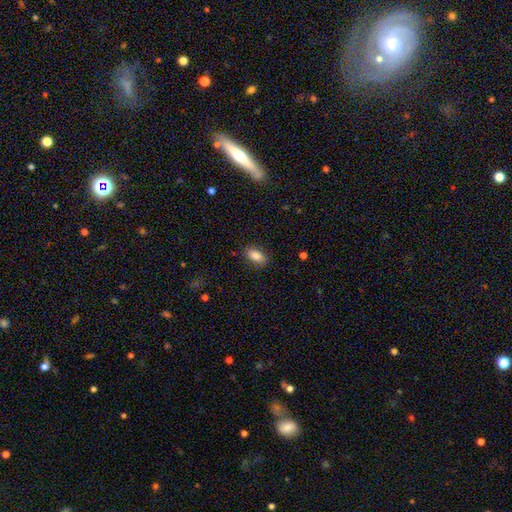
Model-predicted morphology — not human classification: Q: Smooth or featured?
A: smooth (85%); runner-up: star or artifact (8%)
Q: How rounded?
A: in between (90%); runner-up: round (6%)
Q: Merging?
A: none (85%); runner-up: minor disturbance (11%)